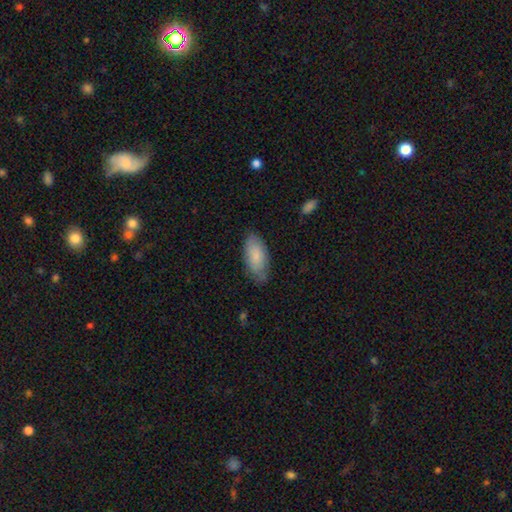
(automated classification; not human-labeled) Smooth or featured?
  - smooth: 81% *
  - featured or disk: 14%
  - star or artifact: 6%
How rounded?
  - in between: 91% *
  - cigar-shaped: 8%
  - round: 2%
Merging?
  - none: 76% *
  - minor disturbance: 19%
  - major disturbance: 4%
  - merger: 1%